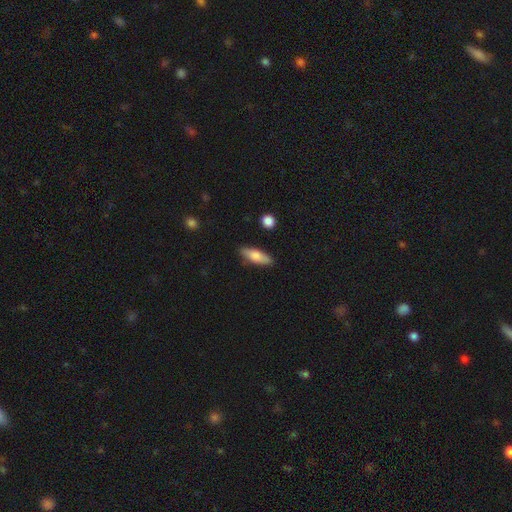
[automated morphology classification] This is likely a smooth galaxy (74%). How rounded: possibly in between (55%). Merging: clearly none (85%).